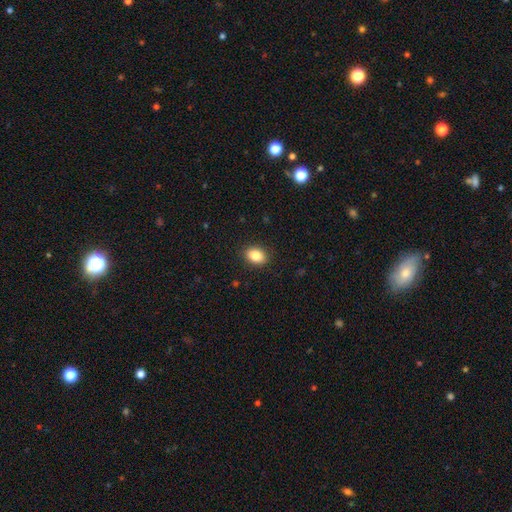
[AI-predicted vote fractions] This appears to be a smooth galaxy with no disk features (85%) that is in between round and cigar-shaped (74%). Merging: none (89%).